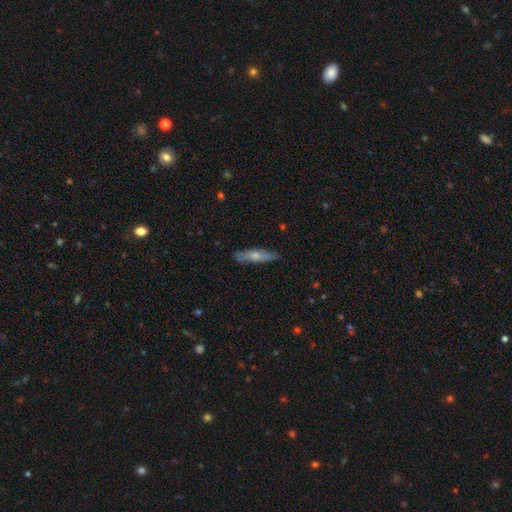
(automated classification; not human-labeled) smooth_or_featured: smooth (p=0.53) [alt: featured or disk p=0.41]
how_rounded: cigar-shaped (p=0.73) [alt: in between p=0.25]
merging: none (p=0.82) [alt: minor disturbance p=0.15]